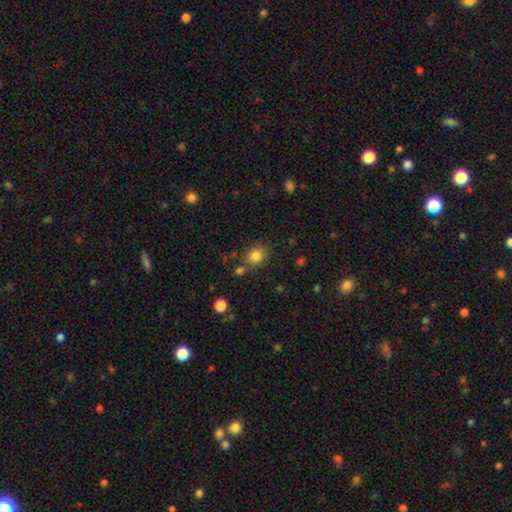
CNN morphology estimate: type=smooth (82%); roundness=round (64%); merging=none (72%).